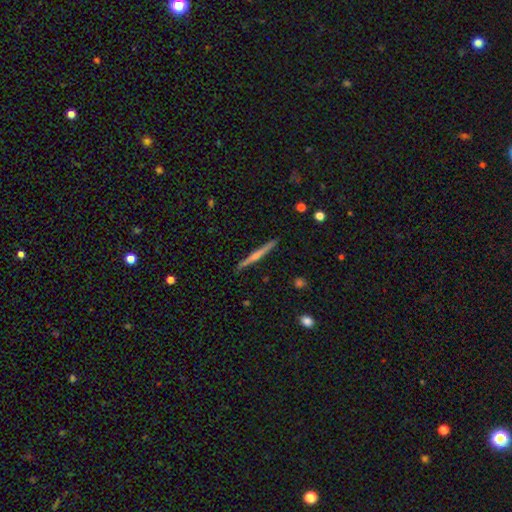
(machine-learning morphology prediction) smooth_or_featured: featured or disk (p=0.67) [alt: smooth p=0.26]
disk_edge_on: yes (p=0.98) [alt: no p=0.02]
edge_on_bulge: rounded (p=0.67) [alt: none p=0.27]
merging: none (p=0.91) [alt: minor disturbance p=0.06]